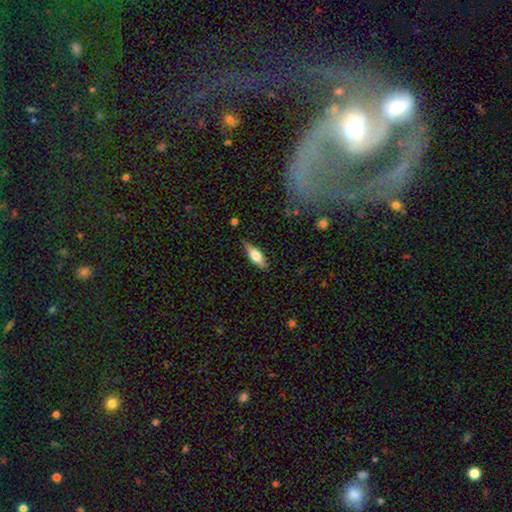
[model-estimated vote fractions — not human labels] Smooth or featured? smooth (55%)
How rounded? in between (55%)
Merging? none (85%)